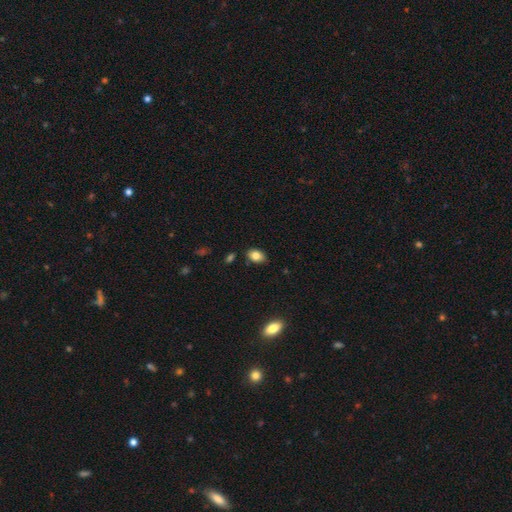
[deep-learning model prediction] Smooth or featured? Predicted: smooth (p=0.82). How rounded? Predicted: in between (p=0.85). Merging? Predicted: none (p=0.83).